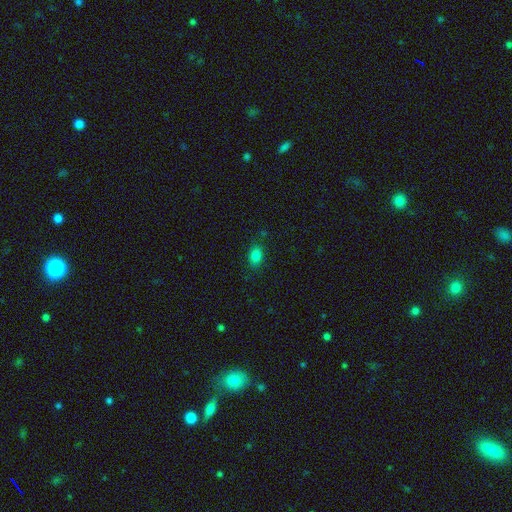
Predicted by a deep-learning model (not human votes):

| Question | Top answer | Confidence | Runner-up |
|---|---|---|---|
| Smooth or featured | smooth | 82% | star or artifact (12%) |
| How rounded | in between | 78% | round (21%) |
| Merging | none | 83% | minor disturbance (12%) |